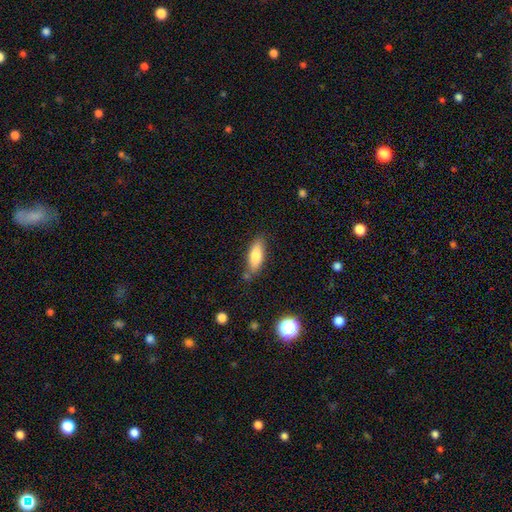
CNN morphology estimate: Smooth or featured?
  - smooth: 76% *
  - featured or disk: 17%
  - star or artifact: 7%
How rounded?
  - in between: 64% *
  - cigar-shaped: 34%
  - round: 2%
Merging?
  - none: 73% *
  - minor disturbance: 18%
  - merger: 5%
  - major disturbance: 4%